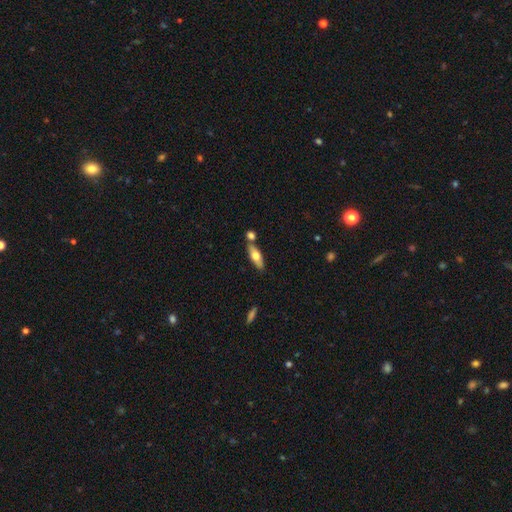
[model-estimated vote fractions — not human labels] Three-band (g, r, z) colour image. It shows a smooth galaxy with no disk features (58%) that is in between round and cigar-shaped (56%). Merging: none (70%).